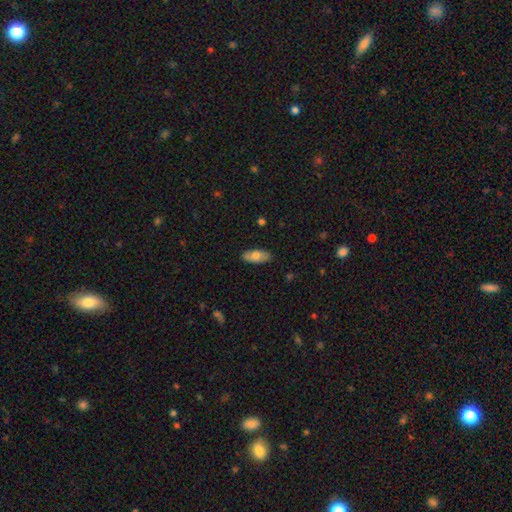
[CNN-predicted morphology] The model was most divided on "smooth or featured": smooth: 73%, featured or disk: 21%, star or artifact: 6%. More confident: merging — none (87%); how rounded — in between (86%).